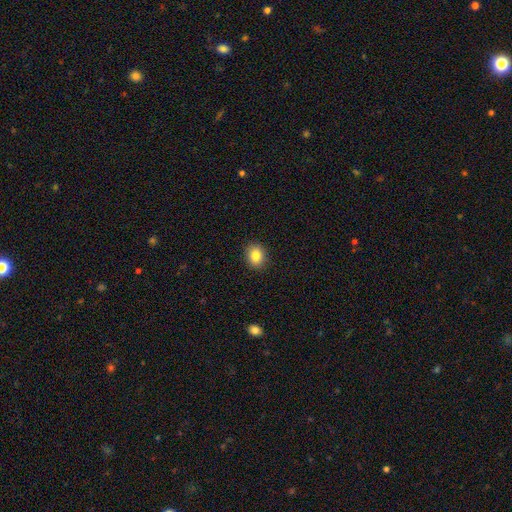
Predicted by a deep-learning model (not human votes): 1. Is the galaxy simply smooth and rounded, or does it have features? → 84% smooth, 9% star or artifact, 6% featured or disk.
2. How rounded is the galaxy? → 61% round, 38% in between, 1% cigar-shaped.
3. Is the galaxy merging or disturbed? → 90% none, 7% minor disturbance, 2% major disturbance, 1% merger.